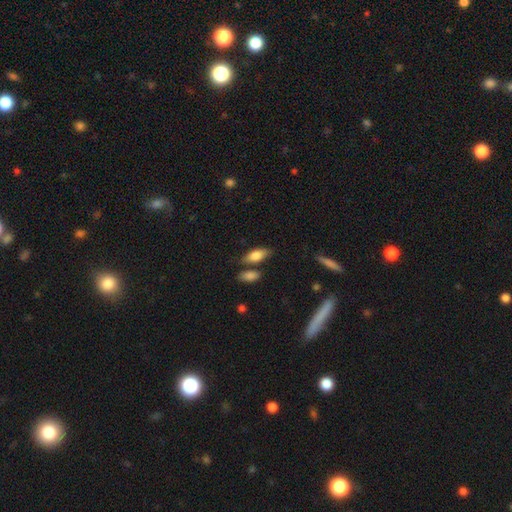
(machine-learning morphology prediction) Q: Smooth or featured?
A: smooth (78%); runner-up: featured or disk (15%)
Q: How rounded?
A: in between (78%); runner-up: cigar-shaped (19%)
Q: Merging?
A: none (69%); runner-up: minor disturbance (14%)